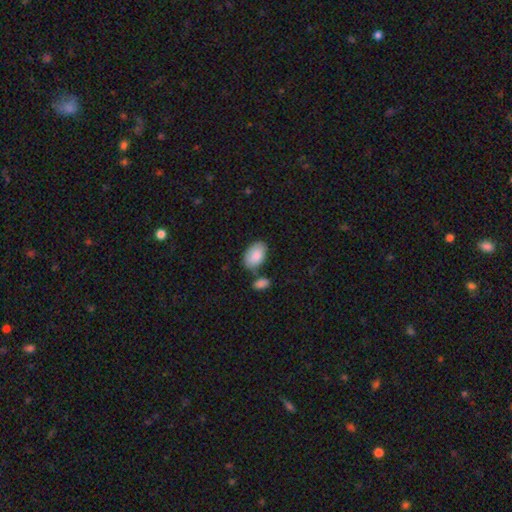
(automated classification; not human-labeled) smooth-or-featured: smooth: 87% | featured or disk: 7% | star or artifact: 6%
  how-rounded: in between: 93% | round: 6% | cigar-shaped: 1%
  merging: none: 67% | minor disturbance: 16% | merger: 13% | major disturbance: 4%